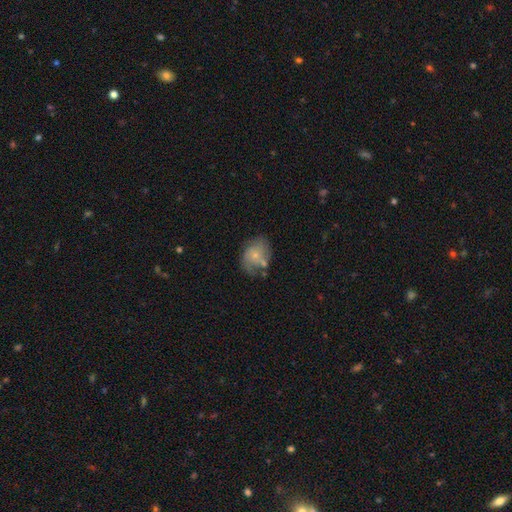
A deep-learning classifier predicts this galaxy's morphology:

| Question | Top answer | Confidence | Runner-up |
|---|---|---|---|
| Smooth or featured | featured or disk | 51% | smooth (41%) |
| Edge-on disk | no | 98% | yes (2%) |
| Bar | no | 82% | weak (16%) |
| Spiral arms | yes | 71% | no (29%) |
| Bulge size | small | 73% | moderate (20%) |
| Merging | none | 48% | minor disturbance (26%) |